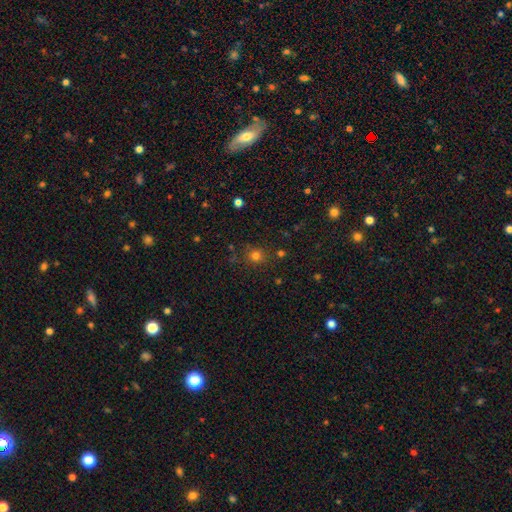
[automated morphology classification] type=smooth (75%); roundness=round (87%); merging=none (82%).